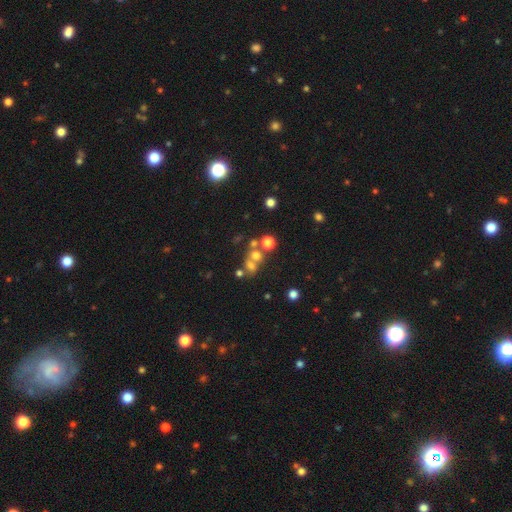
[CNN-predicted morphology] This appears to be a smooth galaxy with no disk features (56%) that is round (75%). Merging: merger (44%).